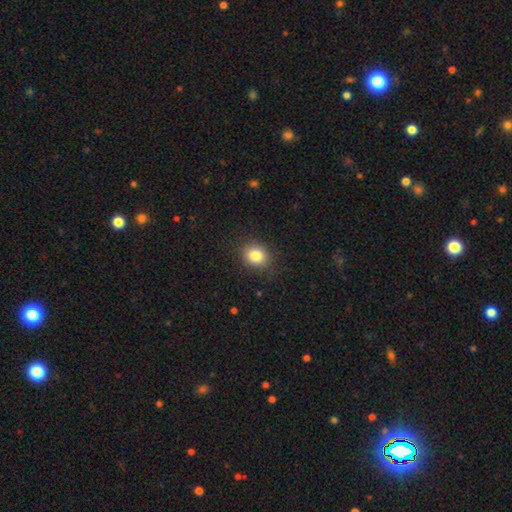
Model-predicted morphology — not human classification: Overall: smooth (83%). How rounded: round (68%; in between 31%). Merging: none (86%).